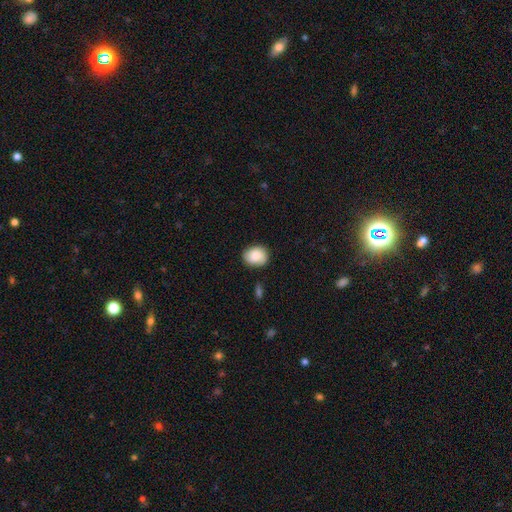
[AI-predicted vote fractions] smooth-or-featured: smooth: 84% | featured or disk: 9% | star or artifact: 7%
  how-rounded: round: 61% | in between: 39% | cigar-shaped: 1%
  merging: none: 82% | minor disturbance: 14% | major disturbance: 3% | merger: 2%